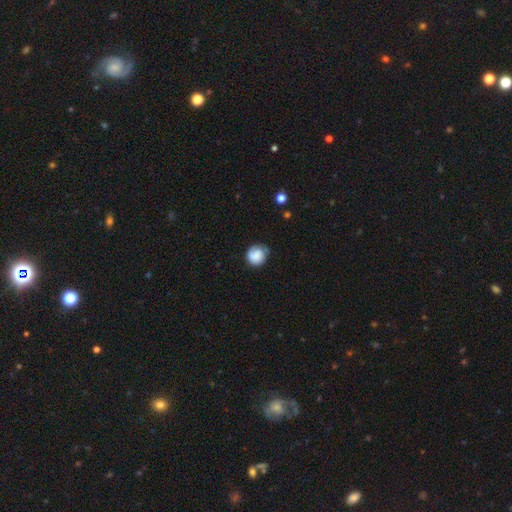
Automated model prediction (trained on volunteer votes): smooth-or-featured: smooth: 73% | featured or disk: 19% | star or artifact: 8%
  how-rounded: round: 84% | in between: 15% | cigar-shaped: 1%
  merging: none: 63% | minor disturbance: 27% | major disturbance: 8% | merger: 2%